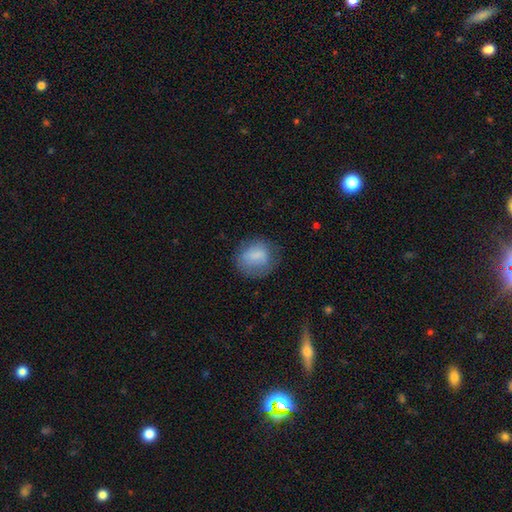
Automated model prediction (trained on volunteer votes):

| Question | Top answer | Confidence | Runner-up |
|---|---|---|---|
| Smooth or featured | smooth | 77% | featured or disk (15%) |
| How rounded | round | 64% | in between (35%) |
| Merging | none | 64% | minor disturbance (23%) |